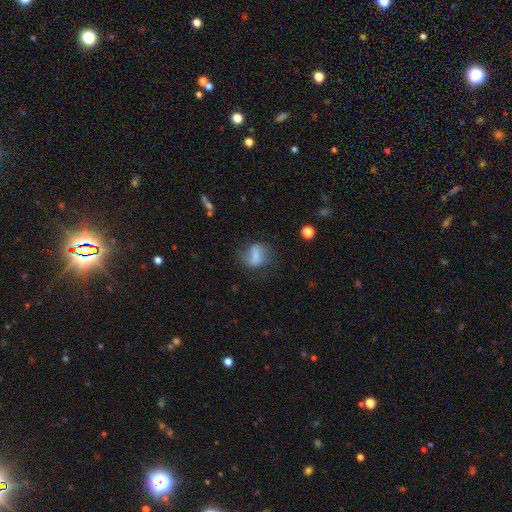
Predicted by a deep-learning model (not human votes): Q: Smooth or featured?
A: smooth (63%); runner-up: featured or disk (27%)
Q: How rounded?
A: in between (53%); runner-up: round (42%)
Q: Merging?
A: none (60%); runner-up: minor disturbance (23%)